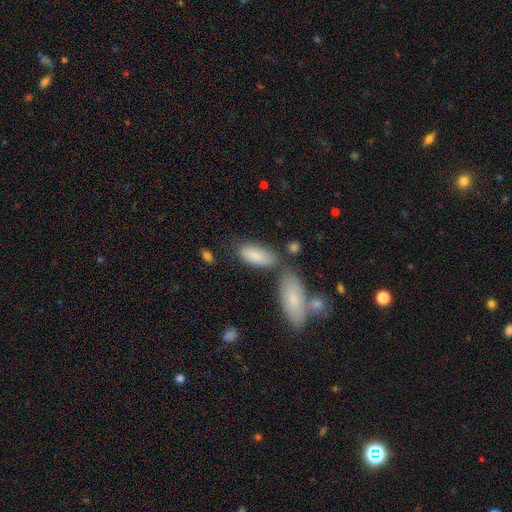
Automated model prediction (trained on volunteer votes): smooth 84%, featured or disk 10%, star or artifact 6%. Down the decision tree: how rounded — in between (84%); merging — none (56%).